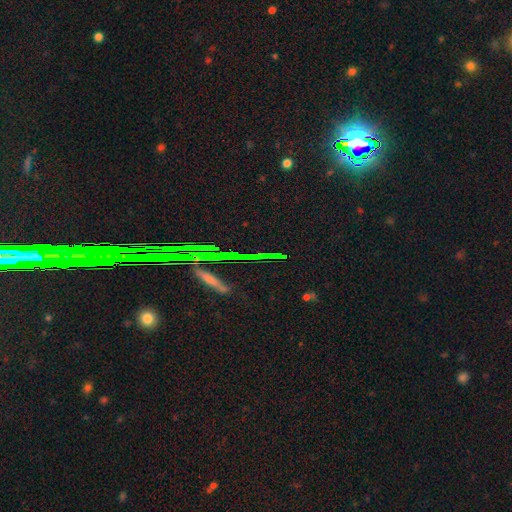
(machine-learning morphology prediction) type=star or artifact (69%).